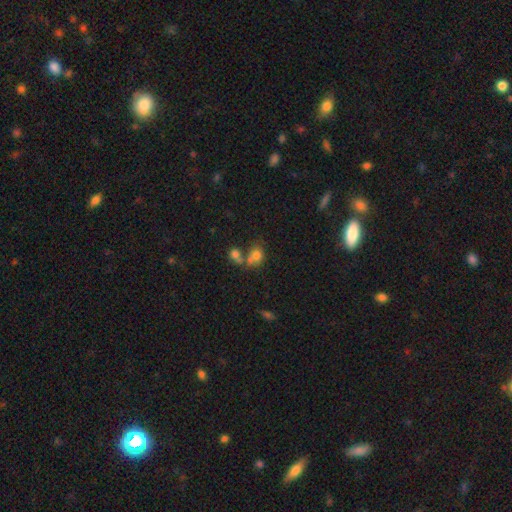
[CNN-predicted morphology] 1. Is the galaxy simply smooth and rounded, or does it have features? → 73% smooth, 14% featured or disk, 13% star or artifact.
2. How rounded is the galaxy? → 51% round, 48% in between, 1% cigar-shaped.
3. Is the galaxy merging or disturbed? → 45% merger, 35% none, 12% minor disturbance, 8% major disturbance.